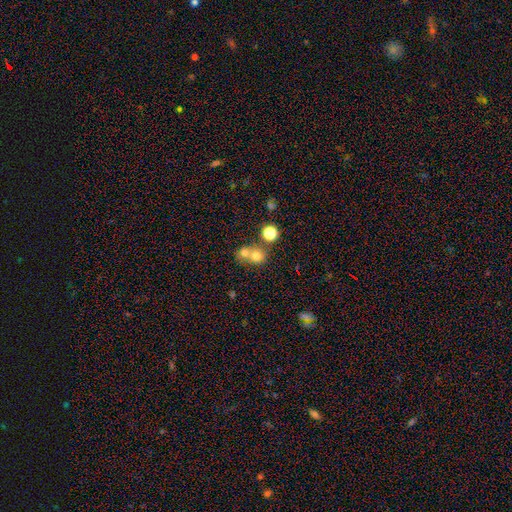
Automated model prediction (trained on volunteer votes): This is likely a smooth galaxy (71%). How rounded: clearly round (80%). Merging: possibly merger (54%).